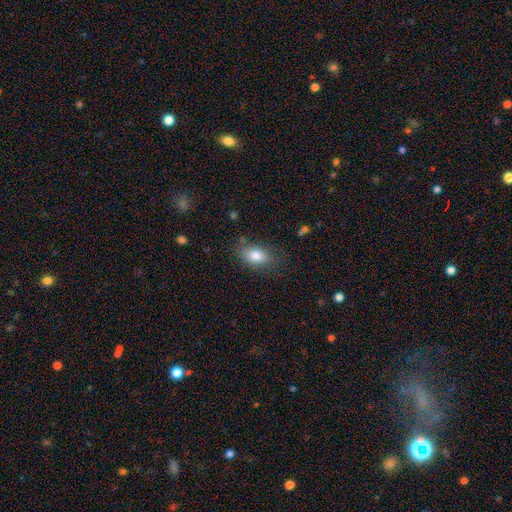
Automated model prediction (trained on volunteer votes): smooth_or_featured: smooth (p=0.82) [alt: featured or disk p=0.10]
how_rounded: in between (p=0.88) [alt: round p=0.10]
merging: none (p=0.74) [alt: minor disturbance p=0.18]